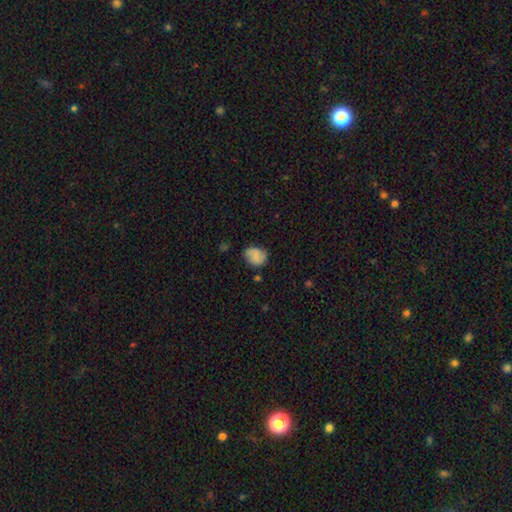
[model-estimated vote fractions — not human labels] Q: Smooth or featured?
A: smooth (61%); runner-up: featured or disk (30%)
Q: How rounded?
A: round (57%); runner-up: in between (42%)
Q: Merging?
A: none (66%); runner-up: minor disturbance (25%)